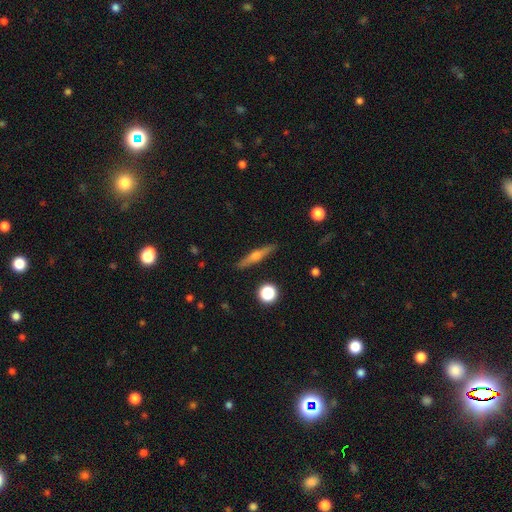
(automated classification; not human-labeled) A featured or disk galaxy (59%) viewed edge-on (96%) with a rounded central bulge (86%). Merging: none (90%).